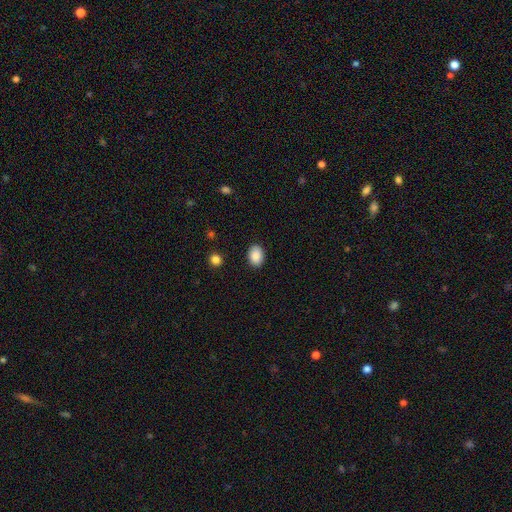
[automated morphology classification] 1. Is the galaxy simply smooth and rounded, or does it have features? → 89% smooth, 8% star or artifact, 3% featured or disk.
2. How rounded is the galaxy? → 77% in between, 22% round, 1% cigar-shaped.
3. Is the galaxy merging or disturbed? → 89% none, 8% minor disturbance, 2% major disturbance, 1% merger.